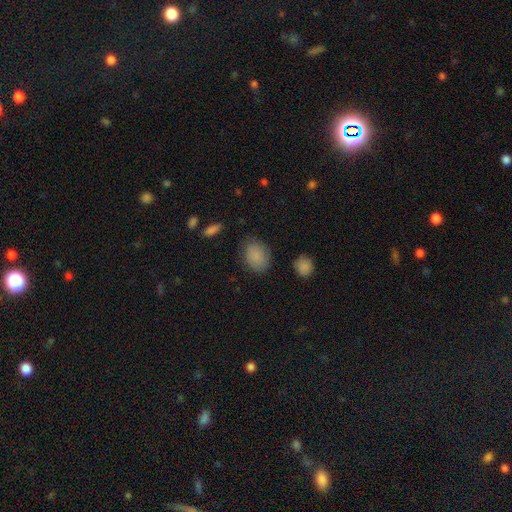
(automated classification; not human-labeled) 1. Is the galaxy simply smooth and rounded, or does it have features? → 86% smooth, 8% star or artifact, 6% featured or disk.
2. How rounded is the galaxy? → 68% in between, 31% round, 1% cigar-shaped.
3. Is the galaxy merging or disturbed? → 80% none, 14% minor disturbance, 4% major disturbance, 2% merger.